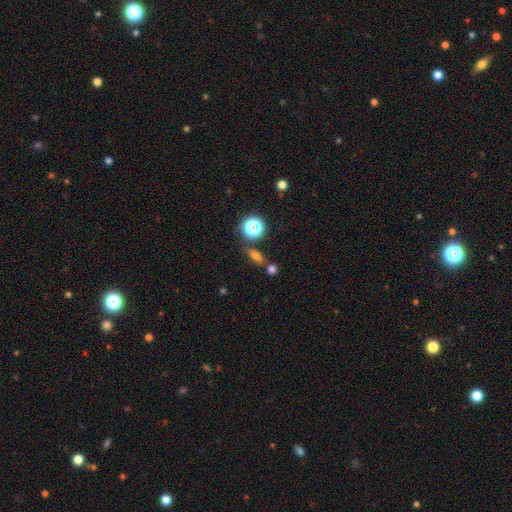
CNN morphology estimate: The model was most divided on "how rounded": in between: 58%, round: 27%, cigar-shaped: 16%. More confident: merging — none (68%); smooth or featured — smooth (61%).